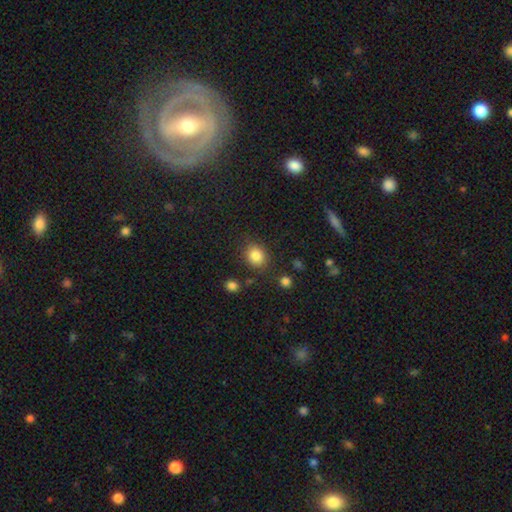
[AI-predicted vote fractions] Smooth or featured: smooth — 84% (star or artifact — 10%)
How rounded: round — 67% (in between — 32%)
Merging: none — 81% (minor disturbance — 12%)